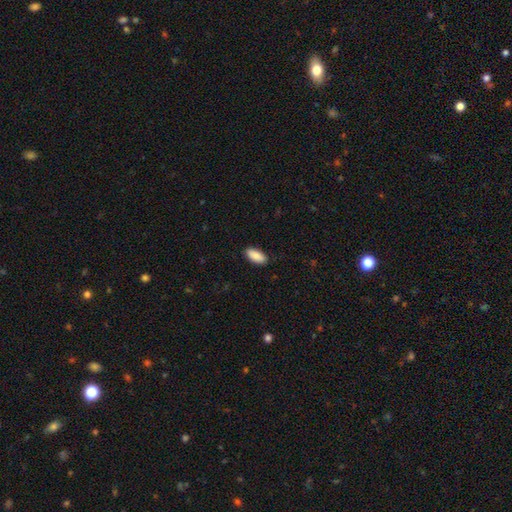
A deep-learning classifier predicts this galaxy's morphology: type=smooth (89%); roundness=in between (89%); merging=none (87%).